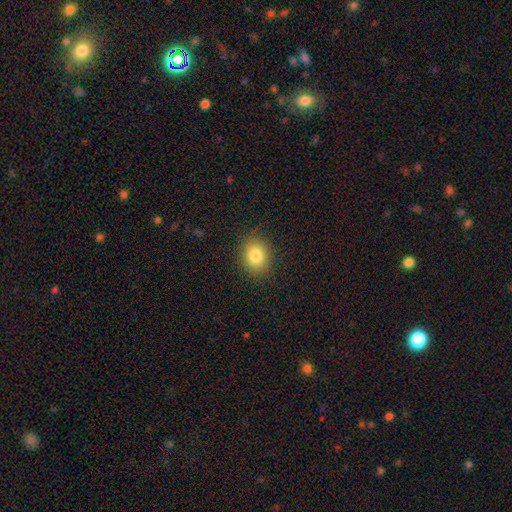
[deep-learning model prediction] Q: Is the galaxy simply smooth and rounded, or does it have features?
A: smooth — 83%.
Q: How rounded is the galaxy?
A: round — 53%.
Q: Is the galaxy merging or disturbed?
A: none — 89%.